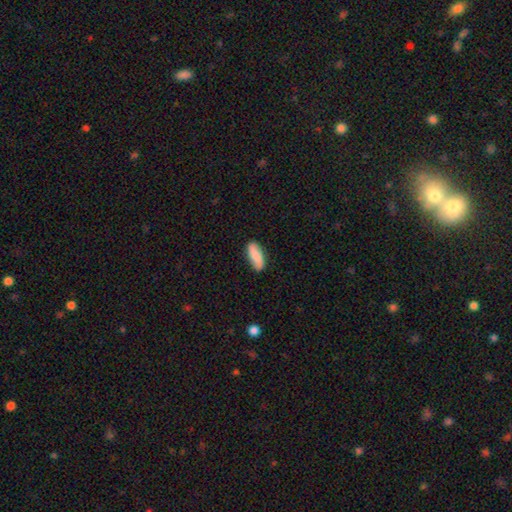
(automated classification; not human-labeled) smooth_or_featured: smooth (p=0.68) [alt: featured or disk p=0.26]
how_rounded: in between (p=0.72) [alt: cigar-shaped p=0.25]
merging: none (p=0.84) [alt: minor disturbance p=0.12]